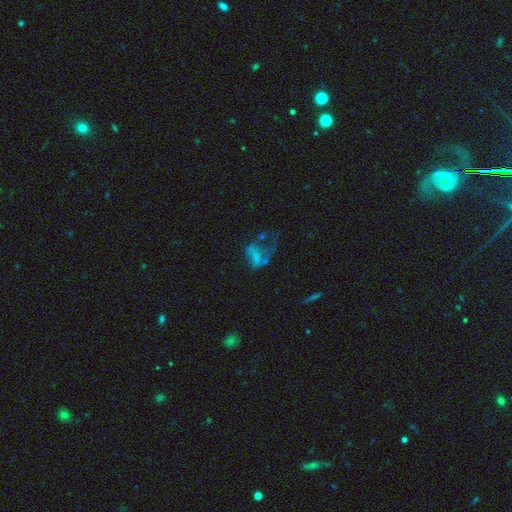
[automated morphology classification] A smooth galaxy with no disk features (41%). Merging: major disturbance (51%).